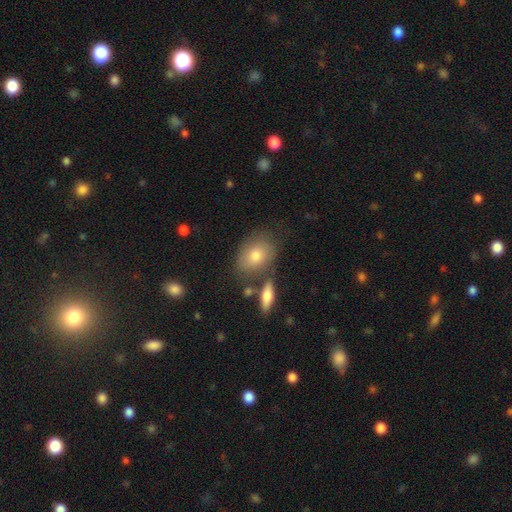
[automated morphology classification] A smooth galaxy with no disk features (71%) that is in between round and cigar-shaped (72%).

Vote fractions:
- Smooth or featured? smooth: 71% / featured or disk: 21% / star or artifact: 9%
- How rounded? in between: 72% / round: 26% / cigar-shaped: 2%
- Merging? none: 65% / minor disturbance: 17% / merger: 12% / major disturbance: 6%